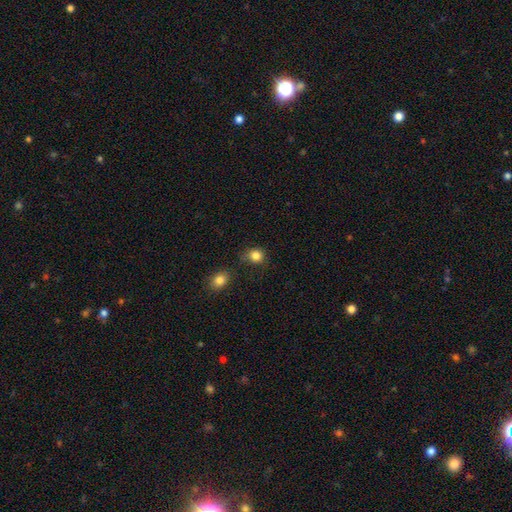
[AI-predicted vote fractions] Overall: smooth (84%). How rounded: round (80%). Merging: none (68%).